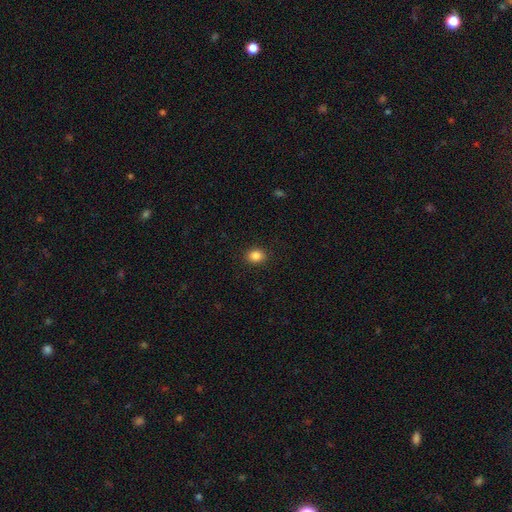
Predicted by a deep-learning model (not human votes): This appears to be a smooth galaxy with no disk features (86%) that is round (50%). Merging: none (90%).